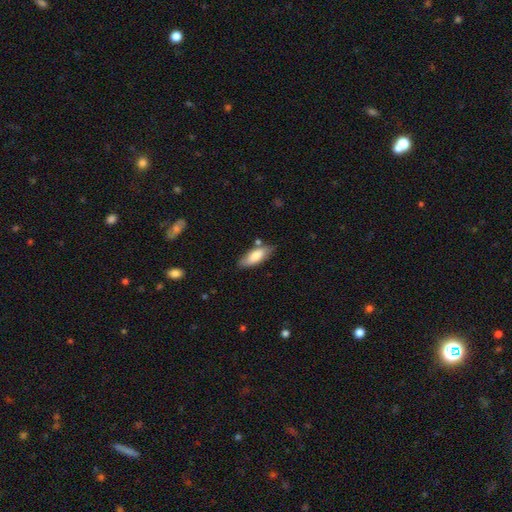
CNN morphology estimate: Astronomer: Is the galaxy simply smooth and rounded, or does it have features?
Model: smooth — 77%.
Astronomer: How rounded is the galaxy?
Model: in between — 72%.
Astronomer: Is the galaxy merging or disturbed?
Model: none — 75%.